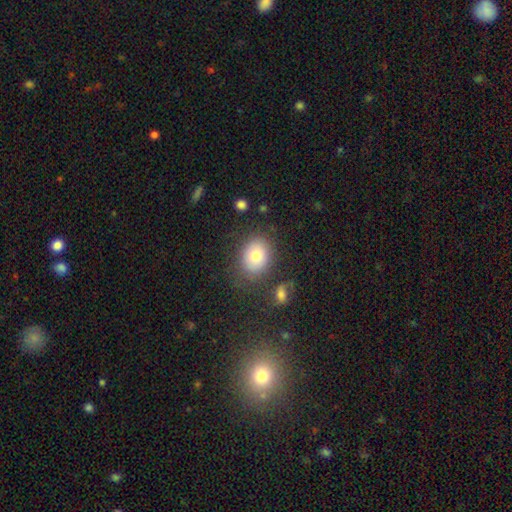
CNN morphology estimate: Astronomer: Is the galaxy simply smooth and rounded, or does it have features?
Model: smooth — 77%.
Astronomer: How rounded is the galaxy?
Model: in between — 50% (runner-up: round, 49%).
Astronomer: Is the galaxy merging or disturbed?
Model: none — 77%.